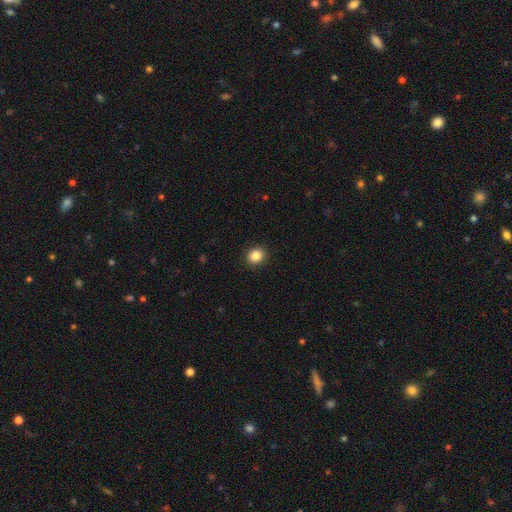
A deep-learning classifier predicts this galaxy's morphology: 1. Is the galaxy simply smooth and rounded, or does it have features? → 86% smooth, 10% star or artifact, 4% featured or disk.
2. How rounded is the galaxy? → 74% round, 25% in between, 1% cigar-shaped.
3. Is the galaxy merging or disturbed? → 91% none, 6% minor disturbance, 2% major disturbance, 1% merger.